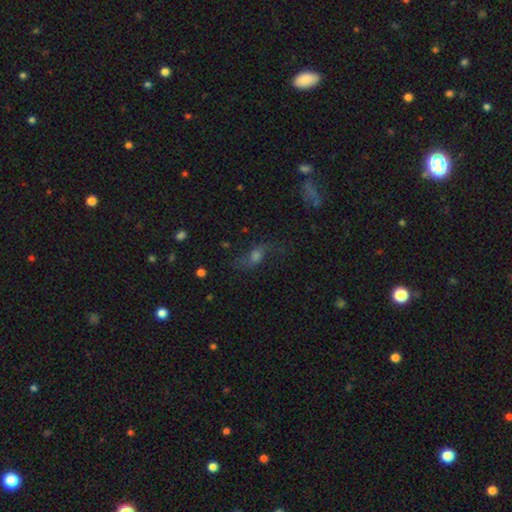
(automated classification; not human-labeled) featured or disk 46%, smooth 33%, star or artifact 21%. Down the decision tree: merging — none (61%).